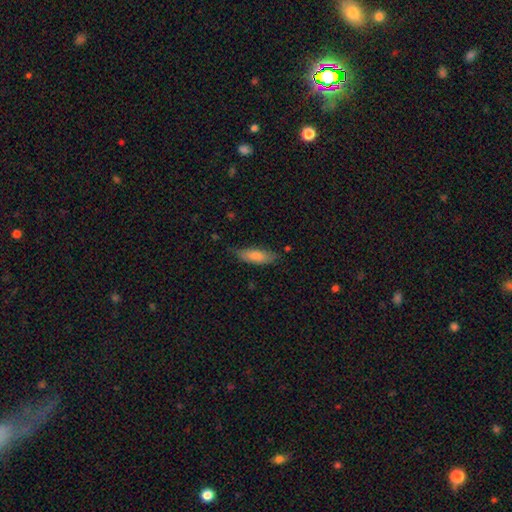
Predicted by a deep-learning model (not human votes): Q: Smooth or featured?
A: smooth (77%); runner-up: featured or disk (17%)
Q: How rounded?
A: in between (54%); runner-up: cigar-shaped (45%)
Q: Merging?
A: none (76%); runner-up: minor disturbance (19%)